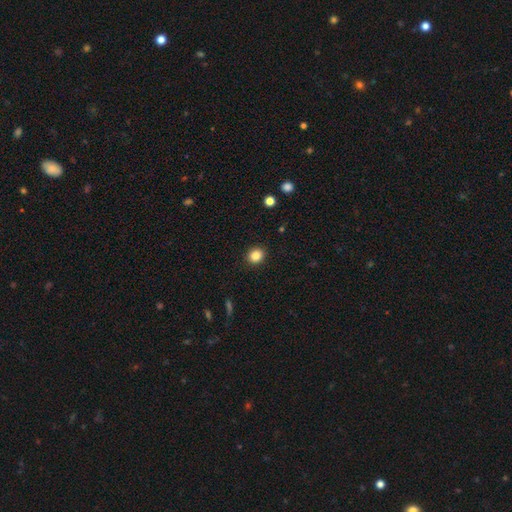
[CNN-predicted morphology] This appears to be a smooth galaxy with no disk features (85%) that is round (78%). Merging: none (92%).